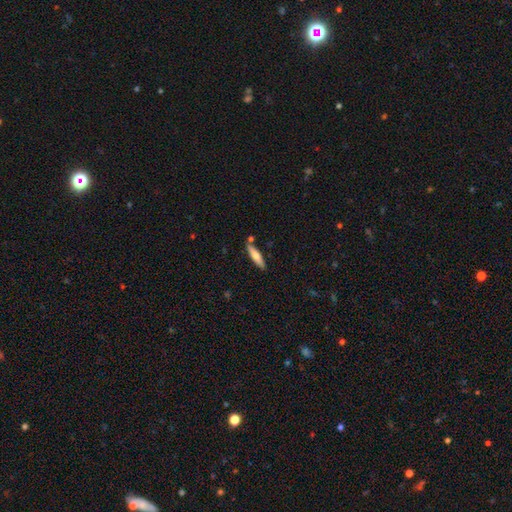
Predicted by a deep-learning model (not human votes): Overall: smooth (66%; featured or disk 28%). How rounded: cigar-shaped (76%). Merging: none (80%).